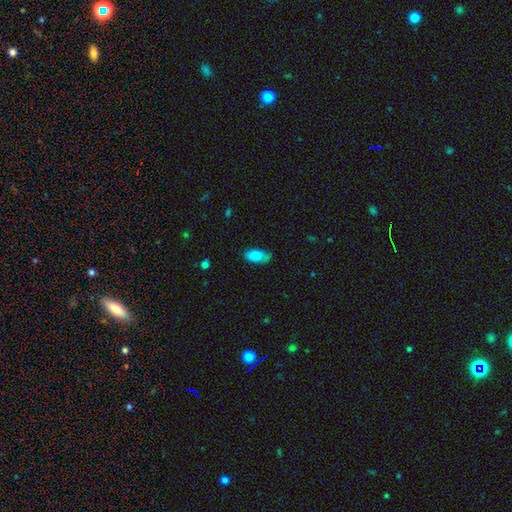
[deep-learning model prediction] This appears to be a smooth galaxy with no disk features (87%) that is in between round and cigar-shaped (90%). Merging: none (72%).